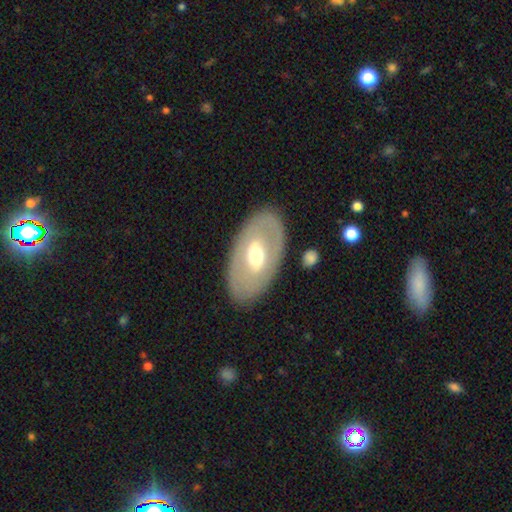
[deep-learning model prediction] featured or disk 58%, smooth 37%, star or artifact 5%. Down the decision tree: edge-on disk — no (87%); bar — no (43%); spiral arms — no (80%); bulge size — moderate (71%); merging — none (84%).